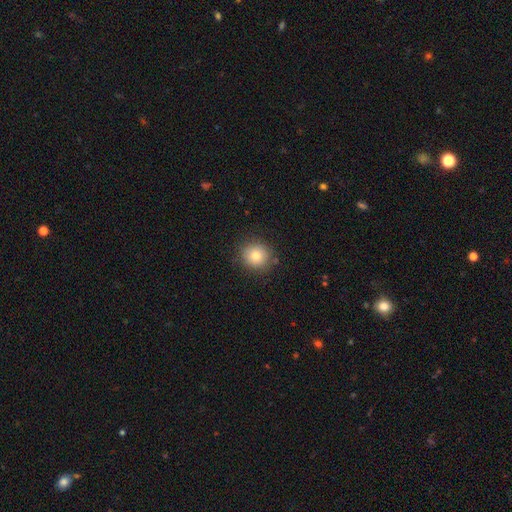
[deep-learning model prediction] A smooth galaxy with no disk features (81%) that is round (89%). Merging: none (87%).